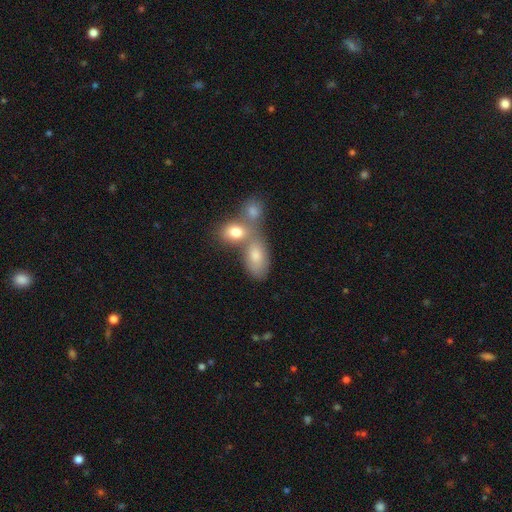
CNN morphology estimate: This appears to be a smooth galaxy with no disk features (75%) that is in between round and cigar-shaped (84%). Merging: merger (47%).